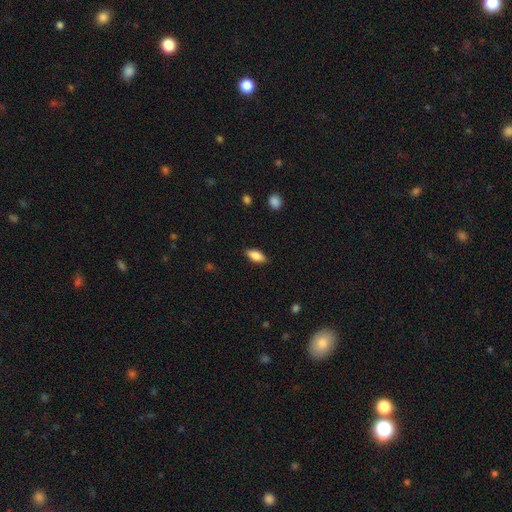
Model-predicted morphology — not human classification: smooth_or_featured: smooth (p=0.83) [alt: featured or disk p=0.11]
how_rounded: in between (p=0.83) [alt: cigar-shaped p=0.14]
merging: none (p=0.85) [alt: minor disturbance p=0.11]